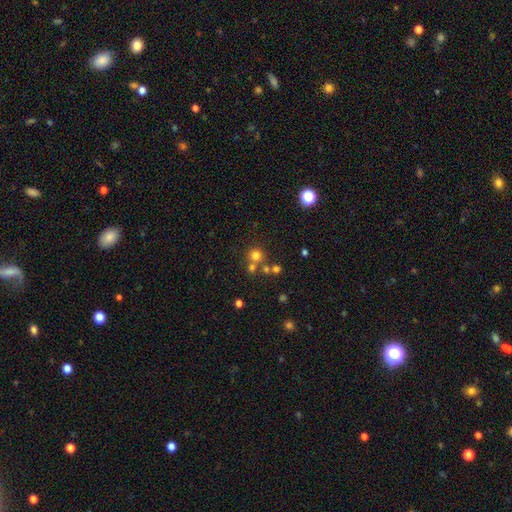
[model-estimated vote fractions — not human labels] Smooth or featured? smooth (70%)
How rounded? round (92%)
Merging? none (64%)